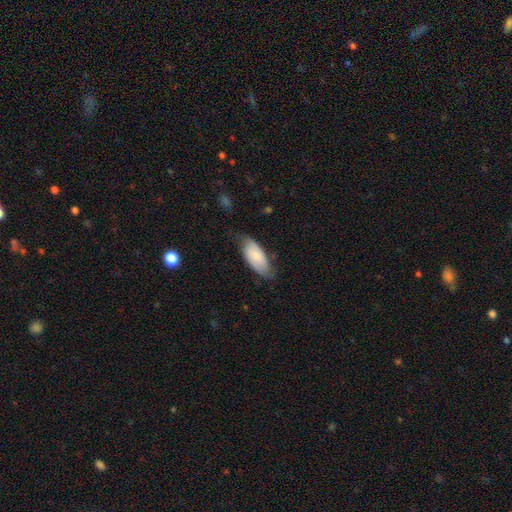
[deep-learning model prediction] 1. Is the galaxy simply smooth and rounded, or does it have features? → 63% smooth, 31% featured or disk, 6% star or artifact.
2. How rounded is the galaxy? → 90% in between, 8% cigar-shaped, 2% round.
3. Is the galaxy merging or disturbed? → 60% none, 30% minor disturbance, 9% major disturbance, 2% merger.